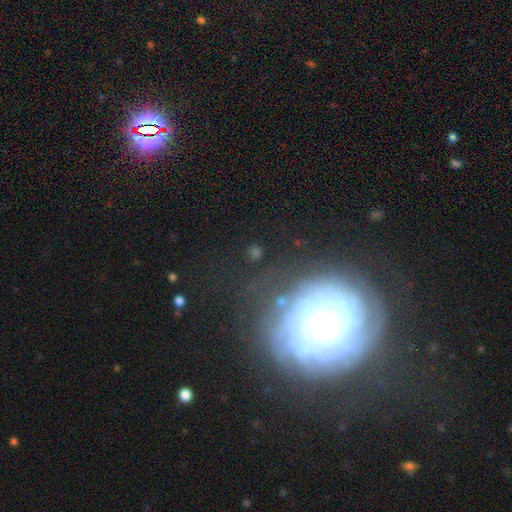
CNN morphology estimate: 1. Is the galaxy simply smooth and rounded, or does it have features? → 74% featured or disk, 15% smooth, 11% star or artifact.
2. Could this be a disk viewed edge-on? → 97% no, 3% yes.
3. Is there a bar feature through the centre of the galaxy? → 77% no, 17% weak, 6% strong.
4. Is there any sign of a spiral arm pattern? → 90% yes, 10% no.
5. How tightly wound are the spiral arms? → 79% tight, 16% medium, 6% loose.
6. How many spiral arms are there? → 45% can't tell, 13% more than 4, 12% 2, 12% 4, 11% 3, 7% 1.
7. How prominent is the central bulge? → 49% moderate, 42% small, 6% large, 2% none, 2% dominant.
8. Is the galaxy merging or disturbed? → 73% none, 15% minor disturbance, 9% major disturbance, 3% merger.